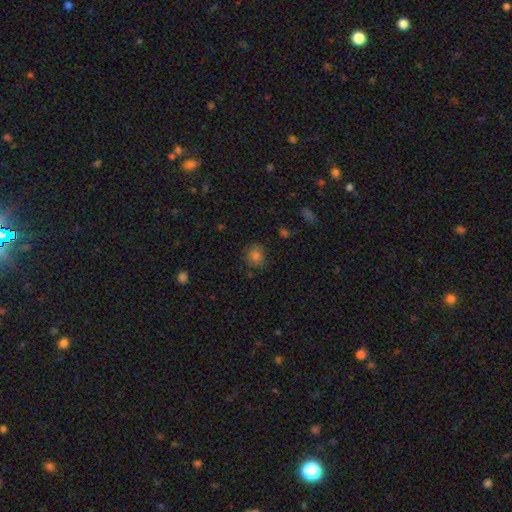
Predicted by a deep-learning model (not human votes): Morphology: type=smooth (77%); roundness=round (81%); merging=none (78%).